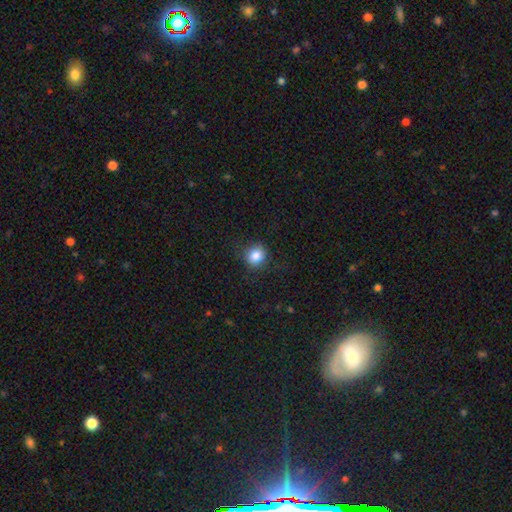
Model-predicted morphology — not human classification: Smooth or featured? smooth (85%)
How rounded? round (83%)
Merging? none (83%)